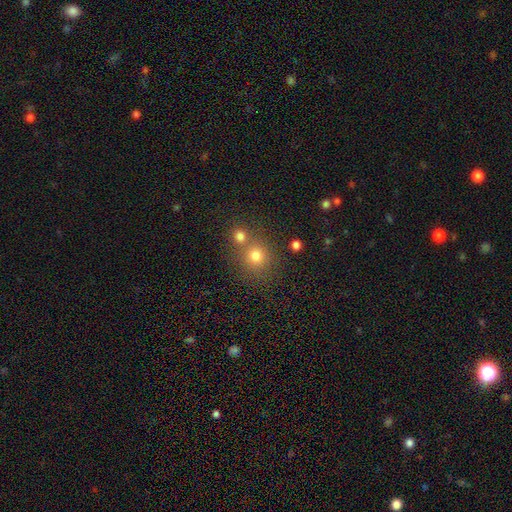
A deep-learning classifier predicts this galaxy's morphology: Overall: smooth (76%). How rounded: round (89%). Merging: none (62%; merger 28%).